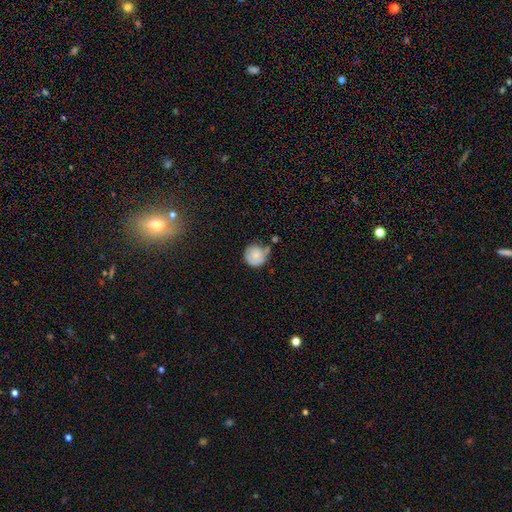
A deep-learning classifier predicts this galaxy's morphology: This is likely a smooth galaxy (73%). How rounded: clearly round (89%). Merging: marginally none (43%).